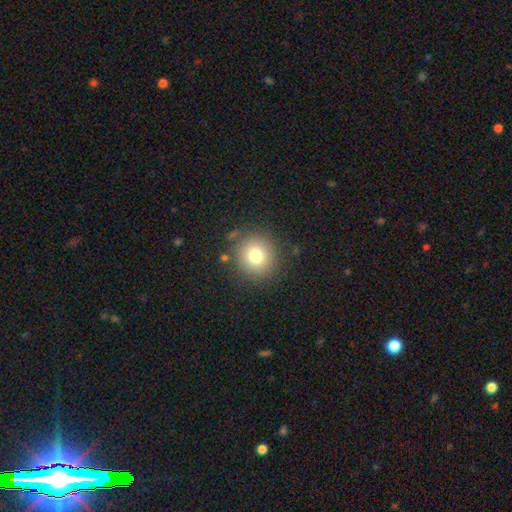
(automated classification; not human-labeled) Smooth or featured?
  - smooth: 77% *
  - star or artifact: 13%
  - featured or disk: 10%
How rounded?
  - round: 91% *
  - in between: 8%
  - cigar-shaped: 1%
Merging?
  - none: 85% *
  - minor disturbance: 9%
  - major disturbance: 4%
  - merger: 3%